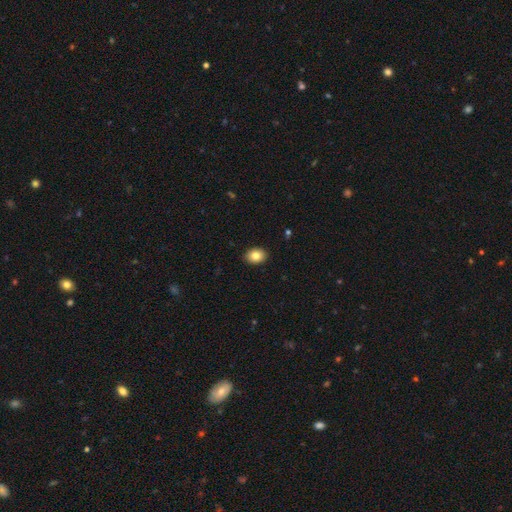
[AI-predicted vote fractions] smooth 84%, star or artifact 9%, featured or disk 7%. Down the decision tree: how rounded — in between (63%); merging — none (91%).